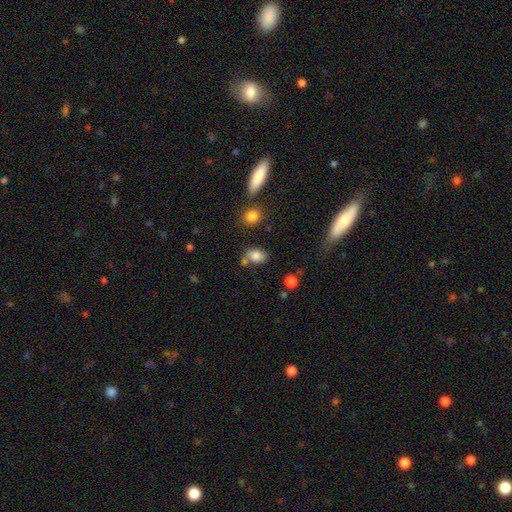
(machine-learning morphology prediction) smooth-or-featured: smooth: 82% | star or artifact: 10% | featured or disk: 8%
  how-rounded: in between: 75% | round: 23% | cigar-shaped: 1%
  merging: none: 63% | minor disturbance: 16% | merger: 16% | major disturbance: 5%